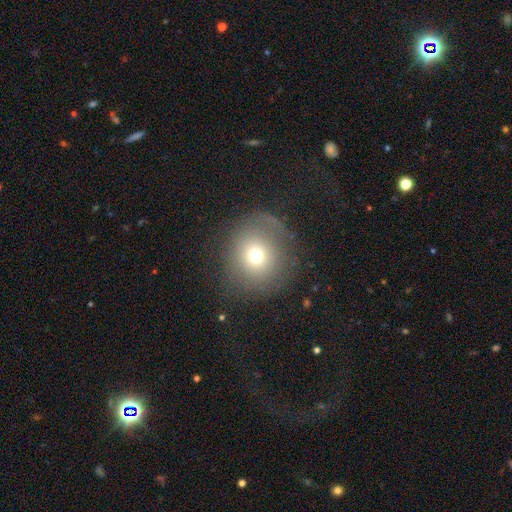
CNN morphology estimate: The model was most divided on "smooth or featured": smooth: 68%, featured or disk: 17%, star or artifact: 15%. More confident: how rounded — round (87%); merging — none (75%).